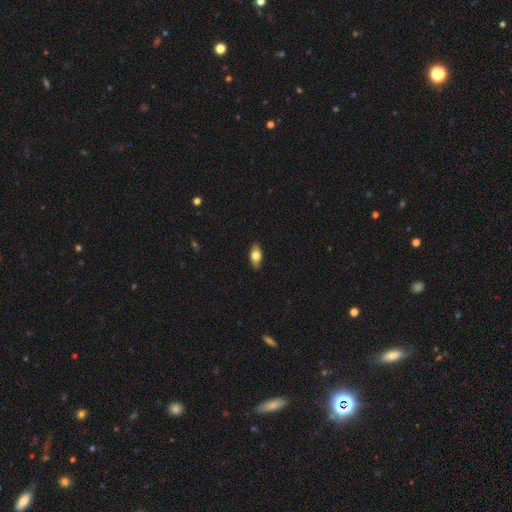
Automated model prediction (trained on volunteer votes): This appears to be a smooth galaxy with no disk features (72%) that is in between round and cigar-shaped (85%). Merging: none (88%).